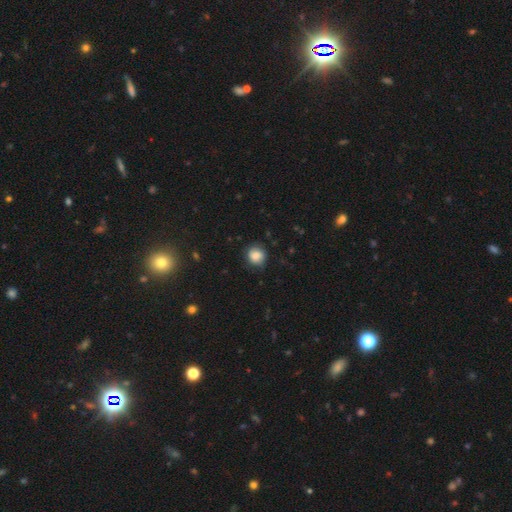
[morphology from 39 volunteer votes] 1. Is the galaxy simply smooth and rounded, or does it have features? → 82% smooth, 10% star or artifact, 8% featured or disk.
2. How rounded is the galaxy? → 84% round, 16% in between, 0% cigar-shaped.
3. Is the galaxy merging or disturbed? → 77% none, 20% minor disturbance, 3% major disturbance, 0% merger.